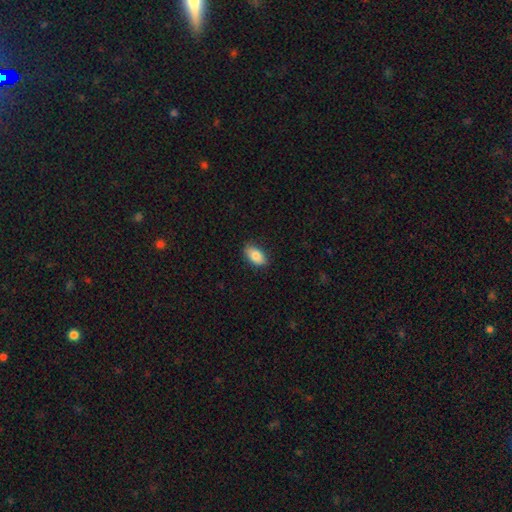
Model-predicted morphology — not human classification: smooth-or-featured: smooth: 83% | featured or disk: 10% | star or artifact: 7%
  how-rounded: in between: 92% | round: 6% | cigar-shaped: 2%
  merging: none: 84% | minor disturbance: 13% | major disturbance: 2% | merger: 1%